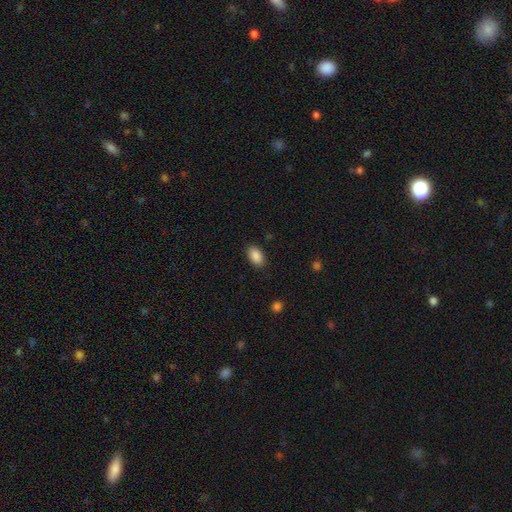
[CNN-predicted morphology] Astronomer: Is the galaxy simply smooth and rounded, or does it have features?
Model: smooth — 89%.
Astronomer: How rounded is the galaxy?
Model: in between — 93%.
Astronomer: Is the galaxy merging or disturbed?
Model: none — 87%.